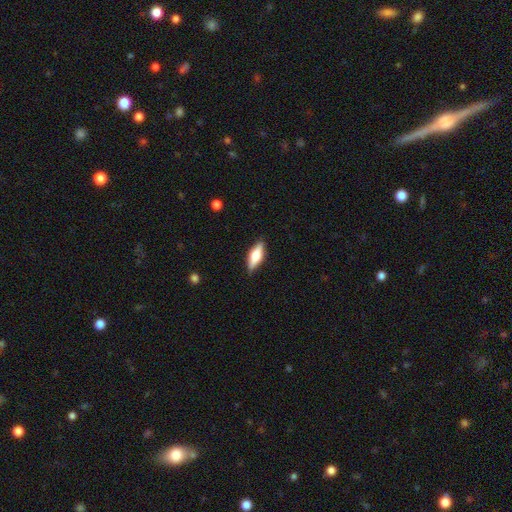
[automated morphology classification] Smooth or featured? smooth (51%)
How rounded? in between (57%)
Merging? none (87%)